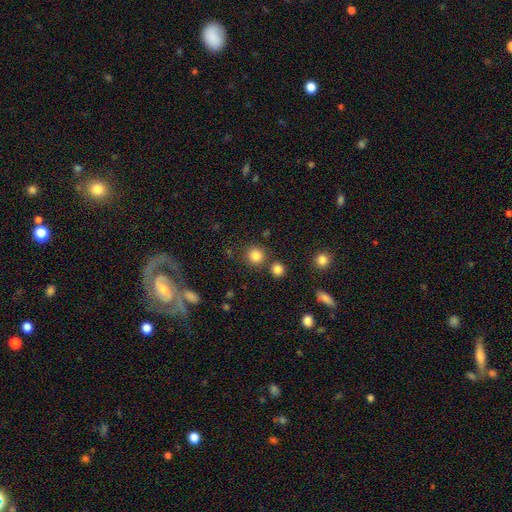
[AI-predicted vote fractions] Smooth or featured: smooth — 83% (star or artifact — 12%)
How rounded: round — 92% (in between — 7%)
Merging: none — 79% (merger — 10%)